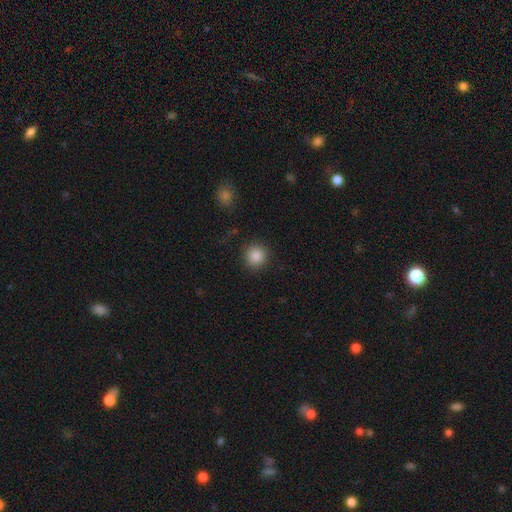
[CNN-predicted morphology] Smooth or featured: smooth — 87% (star or artifact — 10%)
How rounded: round — 93% (in between — 6%)
Merging: none — 89% (minor disturbance — 7%)